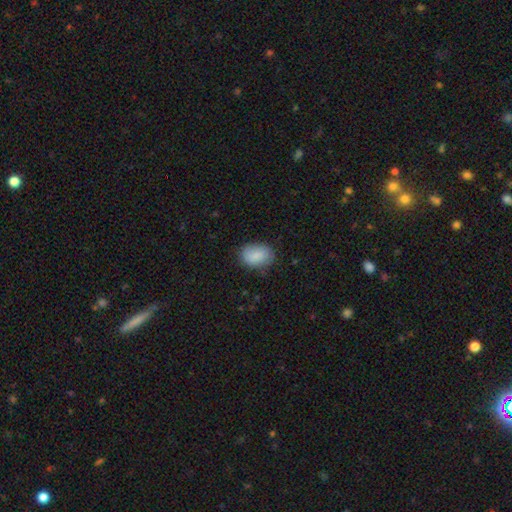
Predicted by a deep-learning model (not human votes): smooth_or_featured: smooth (p=0.86) [alt: featured or disk p=0.07]
how_rounded: in between (p=0.83) [alt: round p=0.16]
merging: none (p=0.76) [alt: minor disturbance p=0.18]